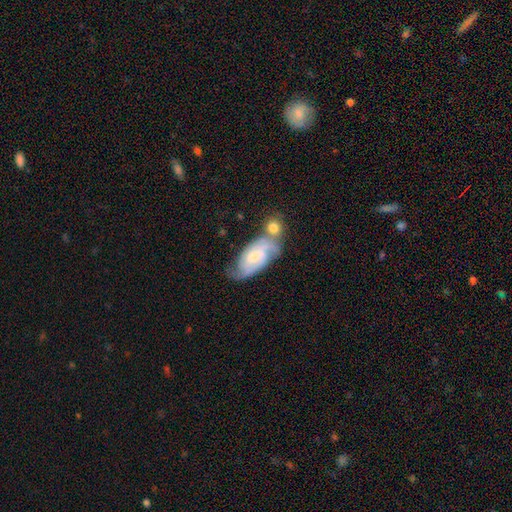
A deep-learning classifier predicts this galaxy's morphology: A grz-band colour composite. It shows a featured or disk galaxy (70%) with a weak bar (48%), 2 (55%) medium (43%) spiral arms (92%) and a small central bulge (46%). Merging: none (41%).